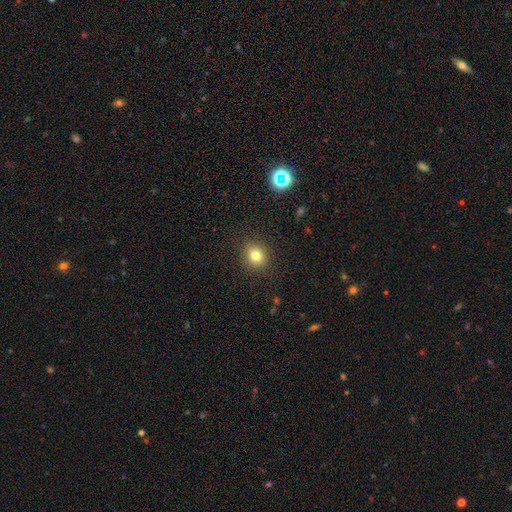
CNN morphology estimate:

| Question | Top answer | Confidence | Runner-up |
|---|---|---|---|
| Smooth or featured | smooth | 79% | star or artifact (13%) |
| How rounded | round | 82% | in between (17%) |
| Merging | none | 89% | minor disturbance (8%) |